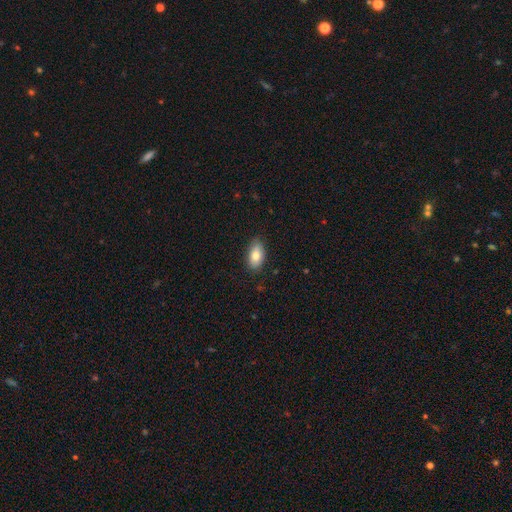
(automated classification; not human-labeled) Smooth or featured? smooth (81%)
How rounded? in between (92%)
Merging? none (82%)